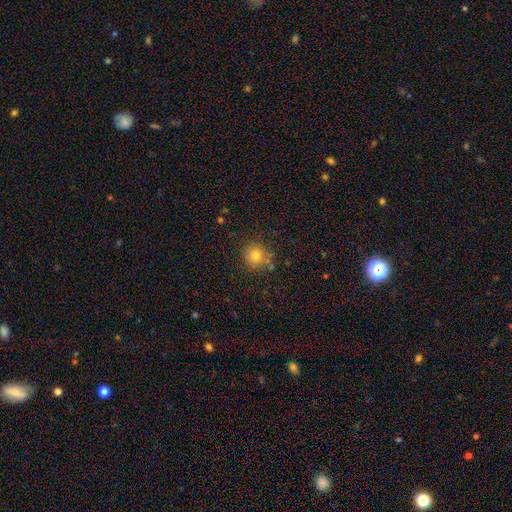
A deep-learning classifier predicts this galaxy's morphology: smooth-or-featured: smooth: 79% | star or artifact: 14% | featured or disk: 8%
  how-rounded: round: 92% | in between: 7% | cigar-shaped: 1%
  merging: none: 79% | minor disturbance: 12% | merger: 5% | major disturbance: 3%